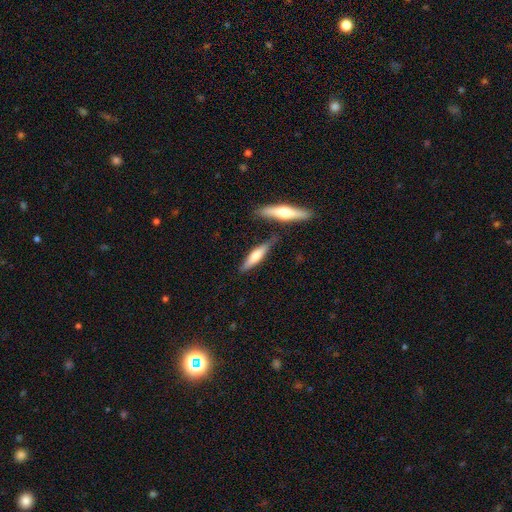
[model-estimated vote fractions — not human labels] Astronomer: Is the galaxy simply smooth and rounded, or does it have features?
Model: smooth — 56% (runner-up: featured or disk, 39%).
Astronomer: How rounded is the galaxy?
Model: cigar-shaped — 77%.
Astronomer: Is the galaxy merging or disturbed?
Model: none — 73%.